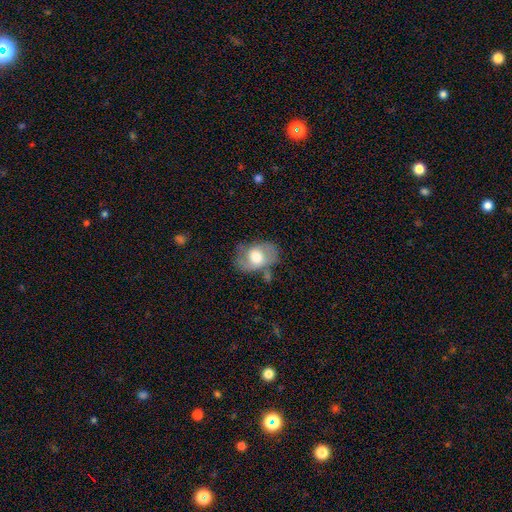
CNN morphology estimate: The model was most divided on "smooth or featured": smooth: 49%, featured or disk: 44%, star or artifact: 7%. More confident: merging — none (54%).